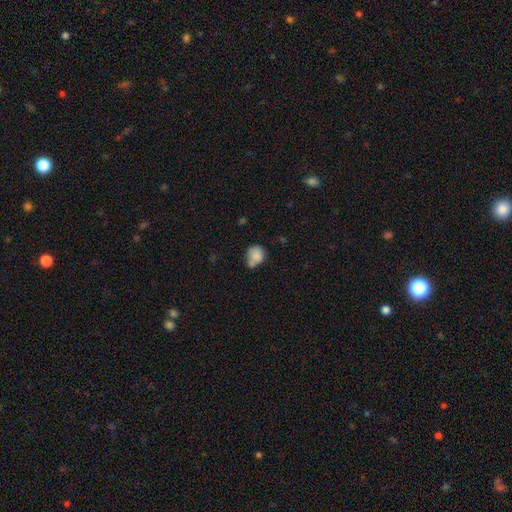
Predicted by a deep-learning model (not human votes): Smooth or featured: smooth — 82% (featured or disk — 9%)
How rounded: round — 69% (in between — 30%)
Merging: none — 43% (minor disturbance — 27%)